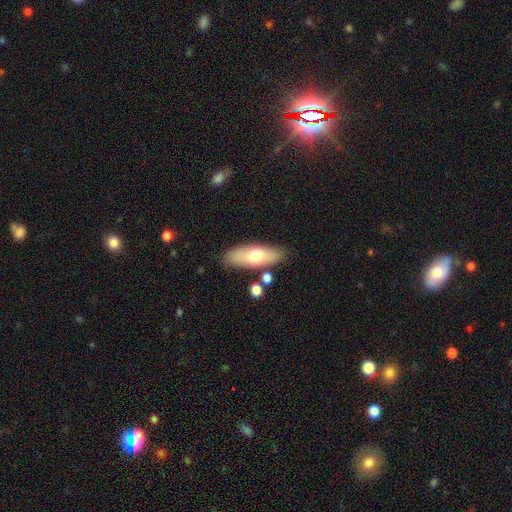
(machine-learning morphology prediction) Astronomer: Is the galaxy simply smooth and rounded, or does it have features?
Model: smooth — 66%.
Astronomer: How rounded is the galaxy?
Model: in between — 67%.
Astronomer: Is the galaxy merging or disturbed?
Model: none — 79%.